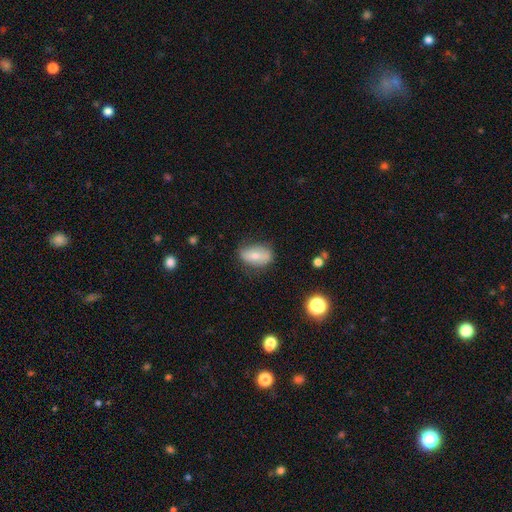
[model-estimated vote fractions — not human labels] Smooth or featured?
  - smooth: 64% *
  - featured or disk: 28%
  - star or artifact: 8%
How rounded?
  - in between: 88% *
  - round: 9%
  - cigar-shaped: 3%
Merging?
  - none: 64% *
  - minor disturbance: 27%
  - major disturbance: 7%
  - merger: 3%